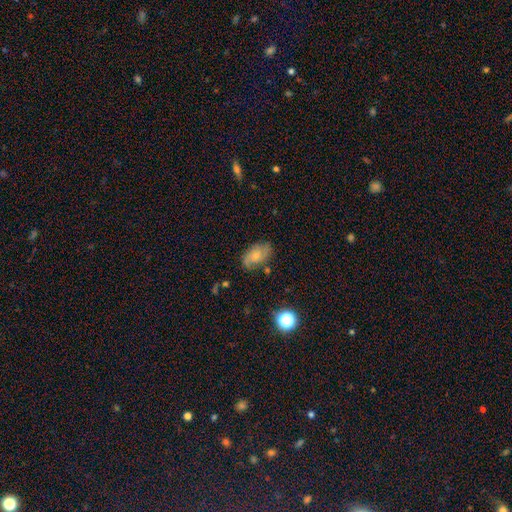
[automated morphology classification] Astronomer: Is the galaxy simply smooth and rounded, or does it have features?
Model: featured or disk — 49% (runner-up: smooth, 42%).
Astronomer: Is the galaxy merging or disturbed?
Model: none — 72%.